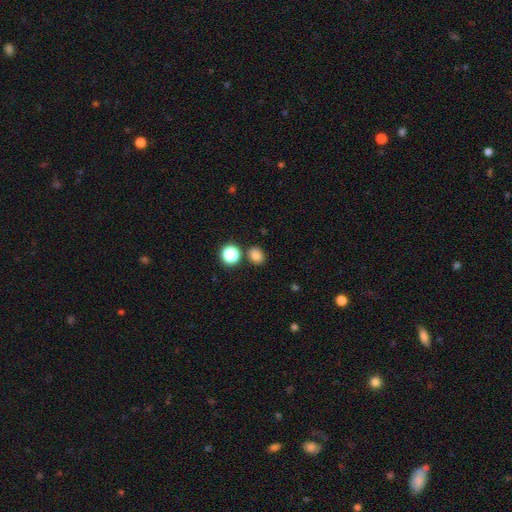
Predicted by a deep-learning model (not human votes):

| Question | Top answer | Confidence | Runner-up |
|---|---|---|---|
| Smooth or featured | smooth | 78% | star or artifact (16%) |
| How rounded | round | 65% | in between (34%) |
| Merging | none | 82% | minor disturbance (9%) |